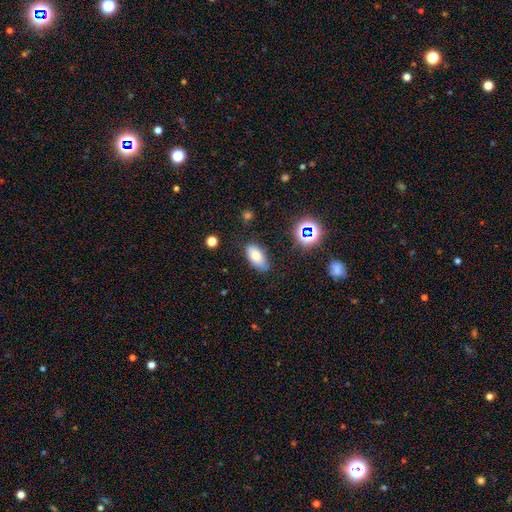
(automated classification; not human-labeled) smooth-or-featured: smooth: 73% | featured or disk: 15% | star or artifact: 12%
  how-rounded: in between: 90% | cigar-shaped: 6% | round: 4%
  merging: none: 79% | minor disturbance: 16% | major disturbance: 4% | merger: 2%